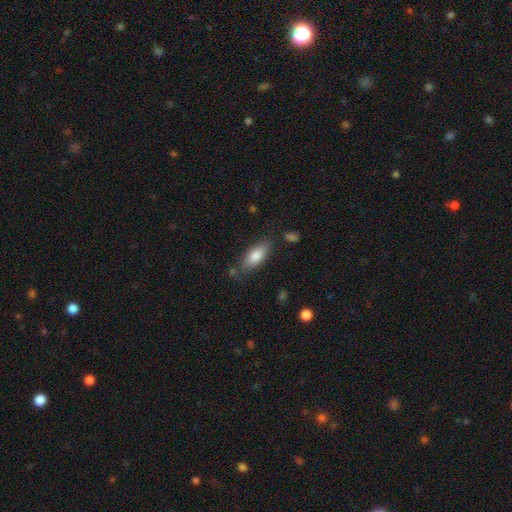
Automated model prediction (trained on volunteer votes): smooth-or-featured: smooth: 83% | featured or disk: 11% | star or artifact: 6%
  how-rounded: in between: 81% | cigar-shaped: 16% | round: 2%
  merging: none: 74% | minor disturbance: 17% | major disturbance: 5% | merger: 4%